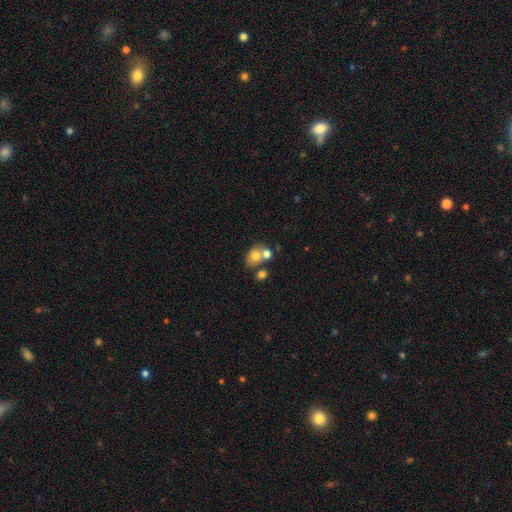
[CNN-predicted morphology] This is likely a smooth galaxy (71%). How rounded: possibly in between (54%). Merging: possibly merger (45%).